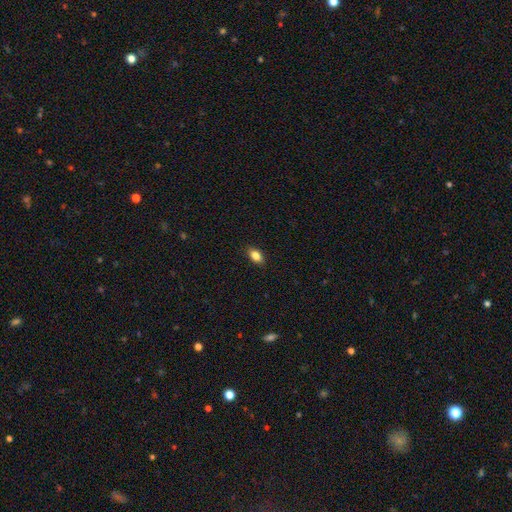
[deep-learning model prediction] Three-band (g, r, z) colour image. It shows a smooth galaxy with no disk features (83%) that is in between round and cigar-shaped (86%). Merging: none (88%).